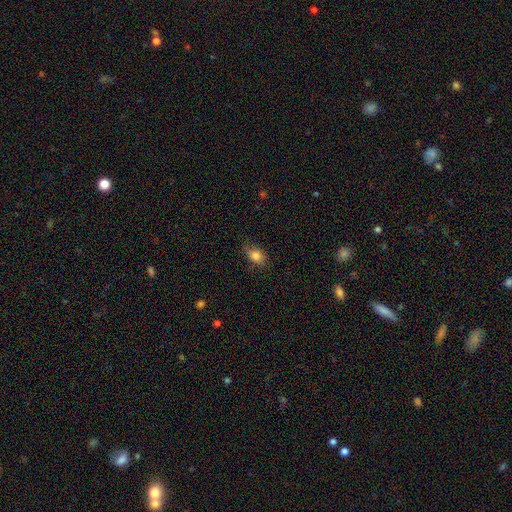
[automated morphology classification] A smooth galaxy with no disk features (81%) that is in between round and cigar-shaped (79%). Merging: none (73%).